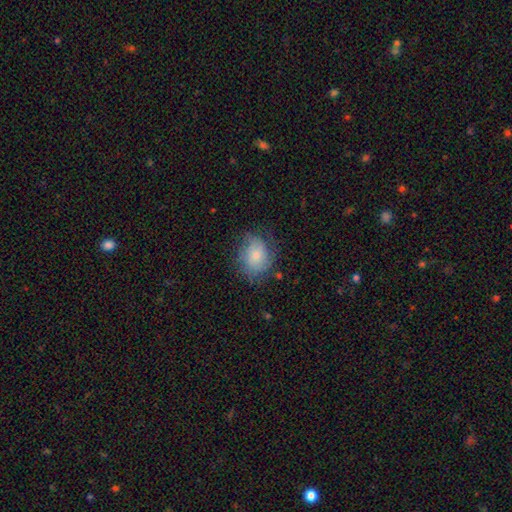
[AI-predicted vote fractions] A smooth galaxy with no disk features (66%) that is round (50%). Merging: none (61%).